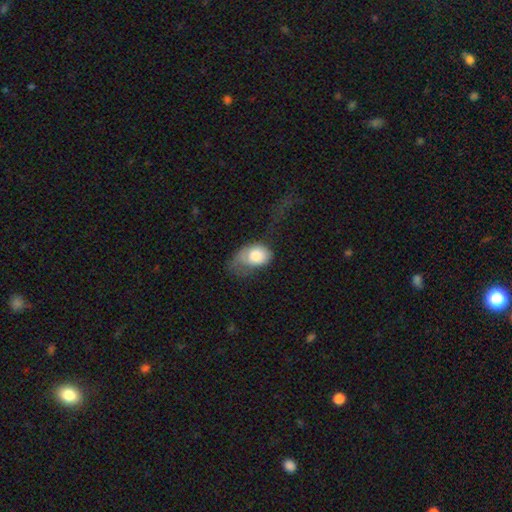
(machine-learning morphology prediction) A smooth galaxy with no disk features (75%) that is in between round and cigar-shaped (77%).

Vote fractions:
- Smooth or featured? smooth: 75% / featured or disk: 19% / star or artifact: 7%
- How rounded? in between: 77% / round: 21% / cigar-shaped: 1%
- Merging? major disturbance: 51% / minor disturbance: 29% / none: 17% / merger: 3%